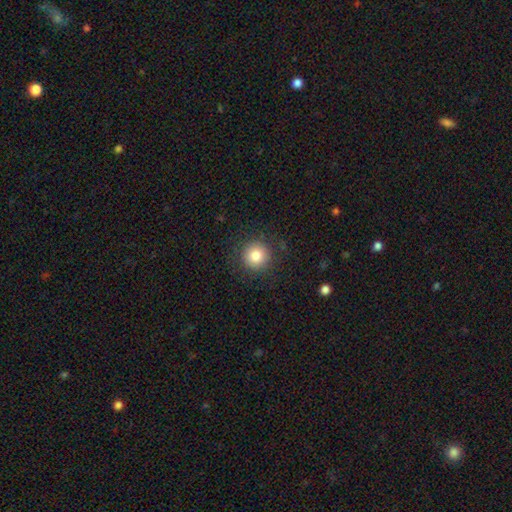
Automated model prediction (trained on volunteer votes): Smooth or featured? Predicted: smooth (p=0.82). How rounded? Predicted: round (p=0.95). Merging? Predicted: none (p=0.89).